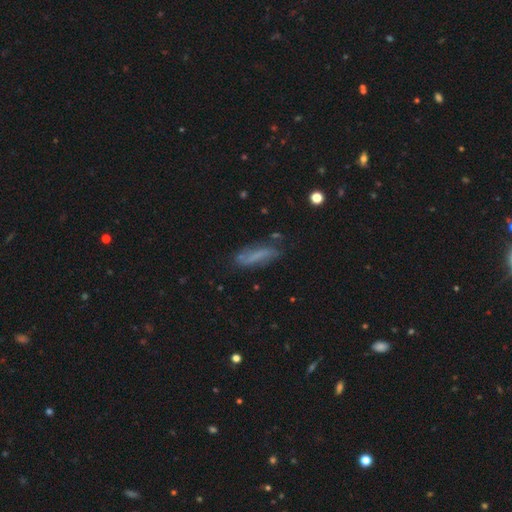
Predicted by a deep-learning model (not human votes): smooth-or-featured: smooth: 49% | featured or disk: 40% | star or artifact: 11%
  merging: none: 65% | minor disturbance: 23% | major disturbance: 8% | merger: 4%